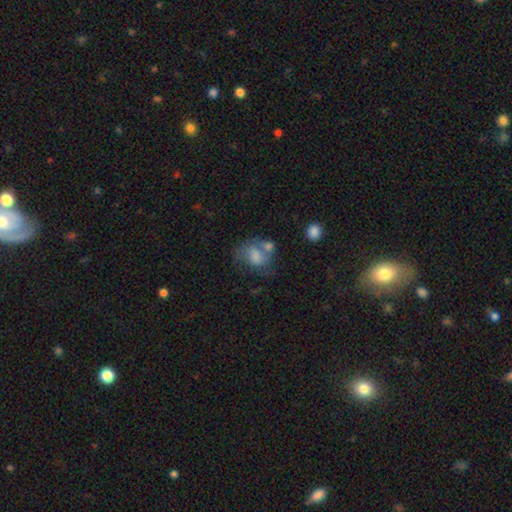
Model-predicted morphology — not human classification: smooth 56%, featured or disk 34%, star or artifact 10%. Down the decision tree: how rounded — in between (53%); merging — none (31%).